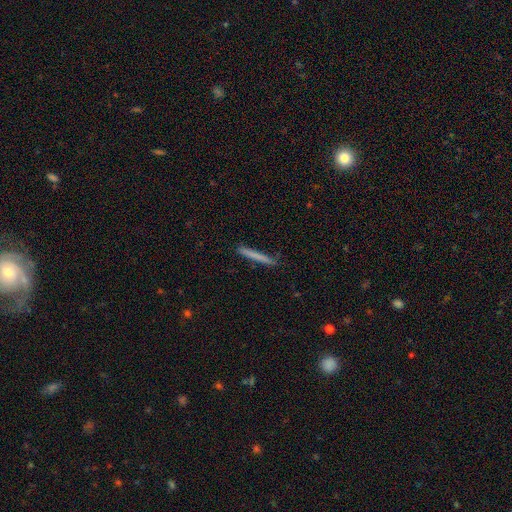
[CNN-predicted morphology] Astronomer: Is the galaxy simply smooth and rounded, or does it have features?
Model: smooth — 71%.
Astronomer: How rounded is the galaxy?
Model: cigar-shaped — 97%.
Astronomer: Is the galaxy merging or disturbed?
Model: none — 86%.